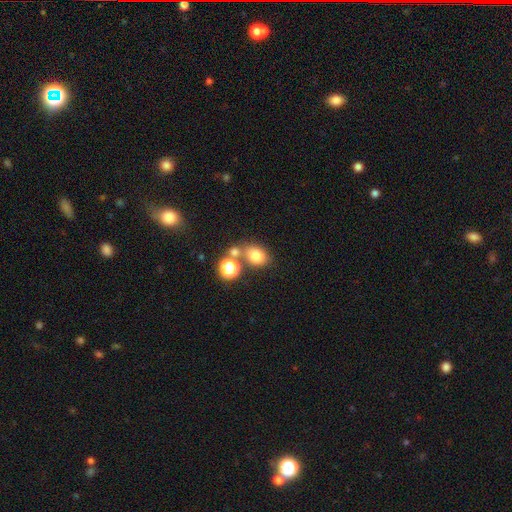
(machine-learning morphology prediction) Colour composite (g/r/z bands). It shows a smooth galaxy with no disk features (77%) that is in between round and cigar-shaped (50%). Merging: none (61%).